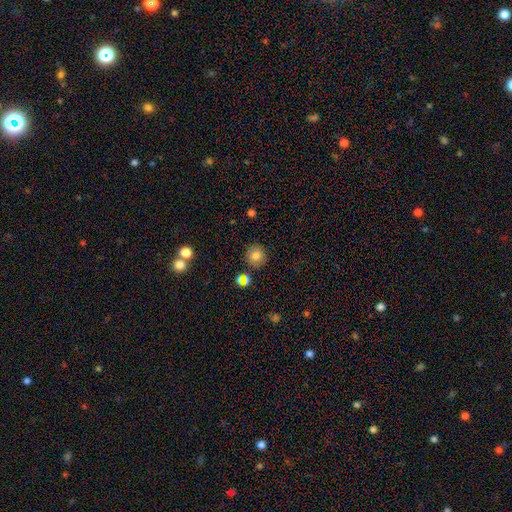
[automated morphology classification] smooth 78%, star or artifact 12%, featured or disk 10%. Down the decision tree: how rounded — round (91%); merging — none (81%).